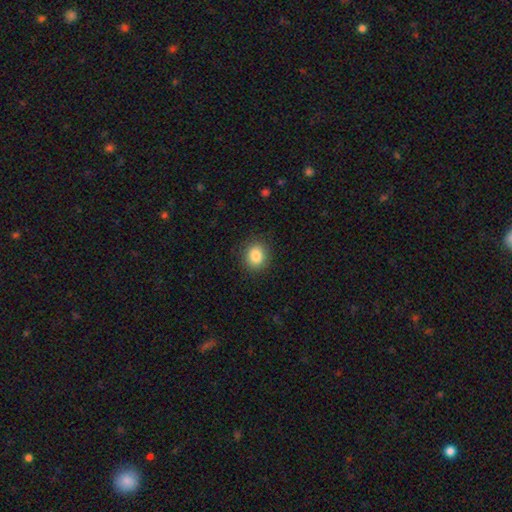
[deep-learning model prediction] smooth 85%, star or artifact 10%, featured or disk 5%. Down the decision tree: how rounded — round (75%); merging — none (89%).